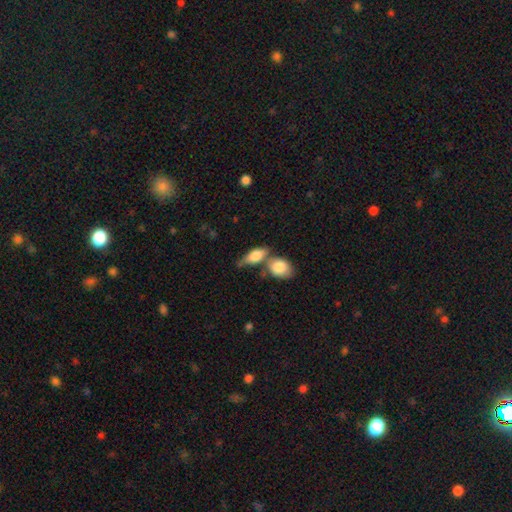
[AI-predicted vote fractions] Q: Smooth or featured?
A: smooth (75%); runner-up: featured or disk (19%)
Q: How rounded?
A: in between (79%); runner-up: cigar-shaped (13%)
Q: Merging?
A: merger (41%); runner-up: none (38%)